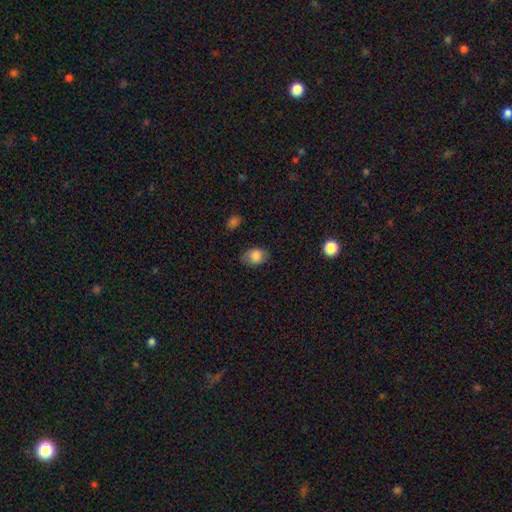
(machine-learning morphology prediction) Smooth or featured?
  - smooth: 84% *
  - star or artifact: 9%
  - featured or disk: 7%
How rounded?
  - in between: 68% *
  - round: 31%
  - cigar-shaped: 1%
Merging?
  - none: 76% *
  - minor disturbance: 18%
  - major disturbance: 5%
  - merger: 1%